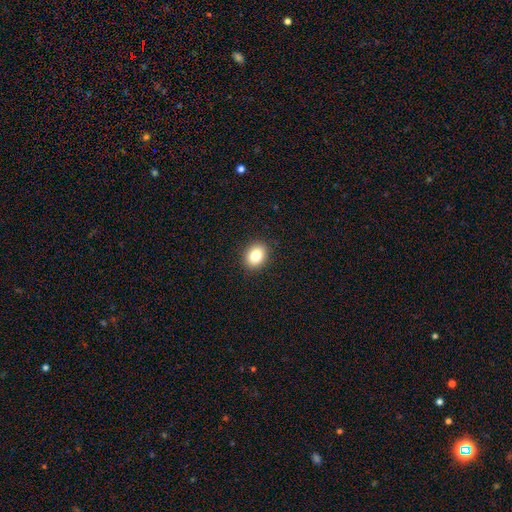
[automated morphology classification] The model was most divided on "how rounded": in between: 55%, round: 44%, cigar-shaped: 1%. More confident: merging — none (91%); smooth or featured — smooth (82%).